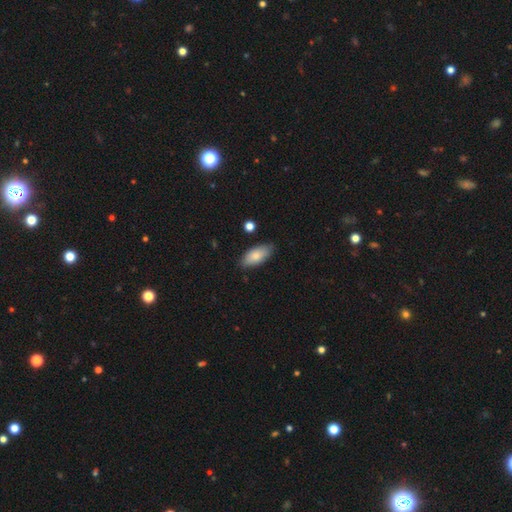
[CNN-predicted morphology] smooth 82%, featured or disk 12%, star or artifact 6%. Down the decision tree: how rounded — in between (85%); merging — none (81%).